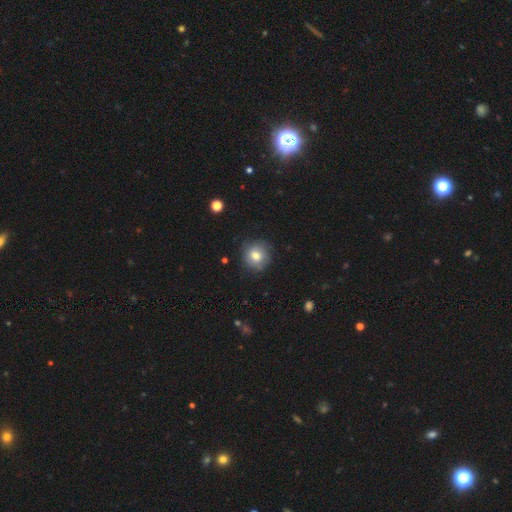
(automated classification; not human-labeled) Smooth or featured?
  - smooth: 76% *
  - featured or disk: 14%
  - star or artifact: 10%
How rounded?
  - round: 89% *
  - in between: 10%
  - cigar-shaped: 1%
Merging?
  - none: 82% *
  - minor disturbance: 14%
  - major disturbance: 3%
  - merger: 1%